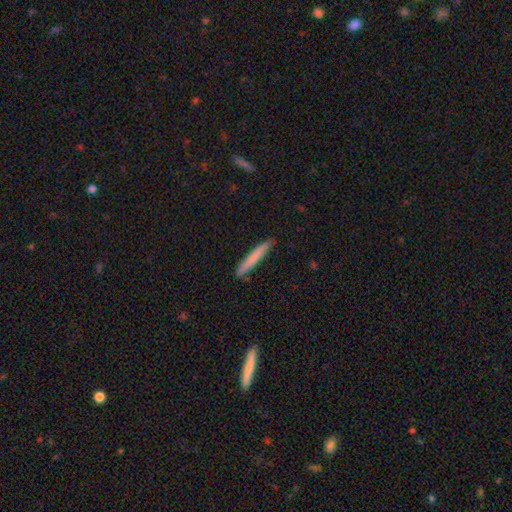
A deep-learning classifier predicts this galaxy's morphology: type=smooth (76%); roundness=cigar-shaped (96%); merging=none (87%).